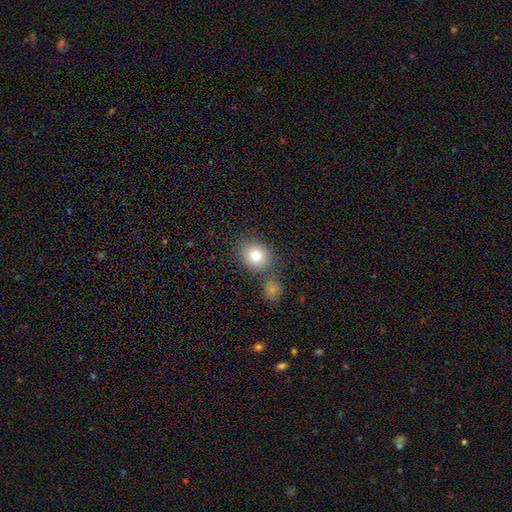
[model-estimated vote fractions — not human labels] This appears to be a smooth galaxy with no disk features (81%) that is round (71%). Merging: none (73%).